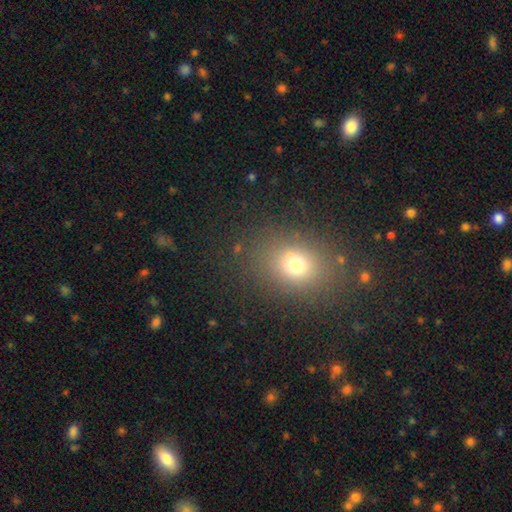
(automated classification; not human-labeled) The model was most divided on "how rounded": in between: 56%, round: 43%, cigar-shaped: 1%. More confident: merging — none (88%); smooth or featured — smooth (68%).